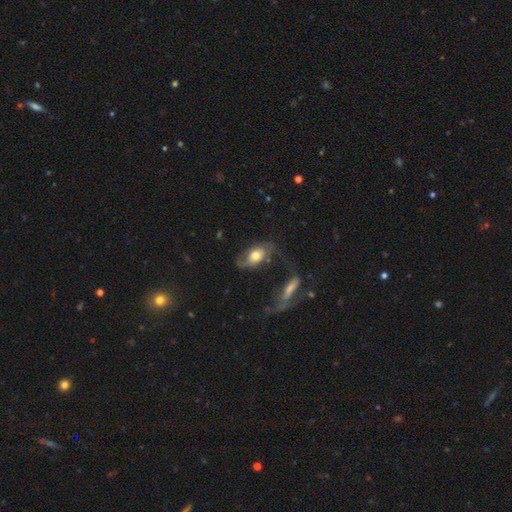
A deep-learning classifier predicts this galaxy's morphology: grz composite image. It shows a smooth galaxy with no disk features (48%). Merging: none (42%).